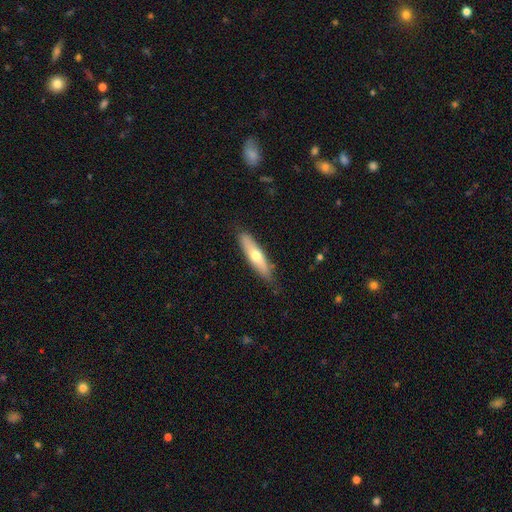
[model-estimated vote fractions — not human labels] smooth_or_featured: smooth (p=0.56) [alt: featured or disk p=0.38]
how_rounded: cigar-shaped (p=0.72) [alt: in between p=0.27]
merging: none (p=0.82) [alt: minor disturbance p=0.14]